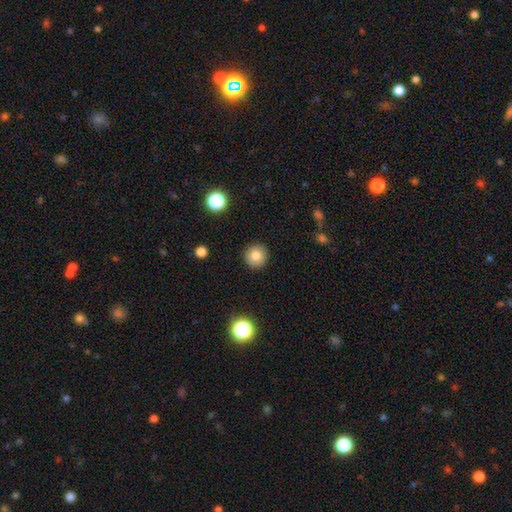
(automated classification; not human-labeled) Smooth or featured: smooth — 80% (star or artifact — 11%)
How rounded: round — 95% (in between — 4%)
Merging: none — 91% (minor disturbance — 6%)